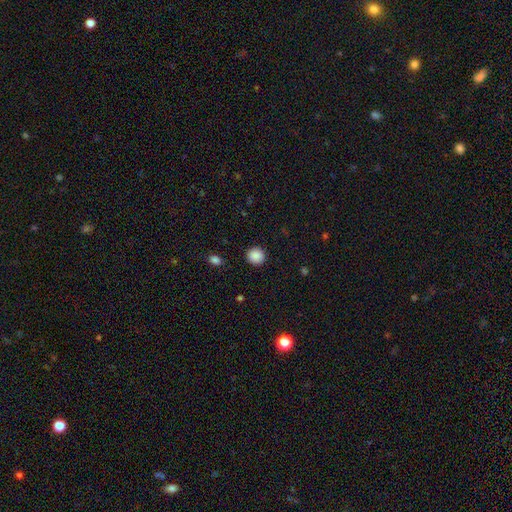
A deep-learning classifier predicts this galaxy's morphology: The model was most divided on "smooth or featured": smooth: 88%, star or artifact: 9%, featured or disk: 3%. More confident: merging — none (91%); how rounded — round (91%).